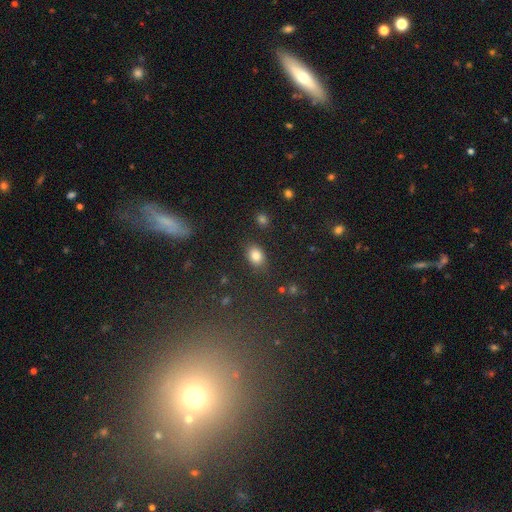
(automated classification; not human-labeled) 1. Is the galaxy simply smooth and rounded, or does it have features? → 83% smooth, 11% star or artifact, 6% featured or disk.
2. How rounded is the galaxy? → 69% in between, 30% round, 2% cigar-shaped.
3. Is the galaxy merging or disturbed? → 82% none, 12% minor disturbance, 4% major disturbance, 3% merger.